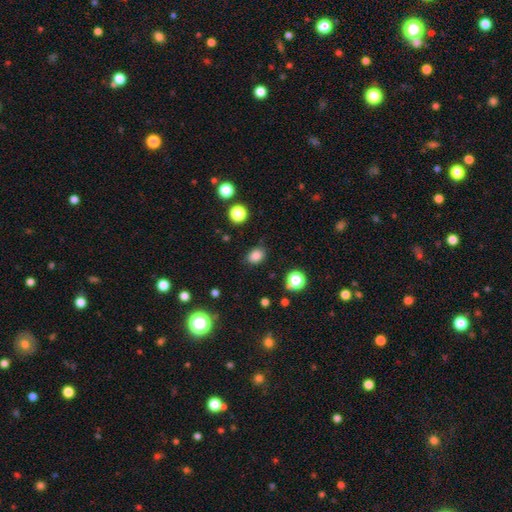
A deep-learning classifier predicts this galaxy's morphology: Smooth or featured?
  - smooth: 83% *
  - star or artifact: 12%
  - featured or disk: 5%
How rounded?
  - in between: 66% *
  - round: 32%
  - cigar-shaped: 1%
Merging?
  - none: 84% *
  - minor disturbance: 12%
  - major disturbance: 3%
  - merger: 2%